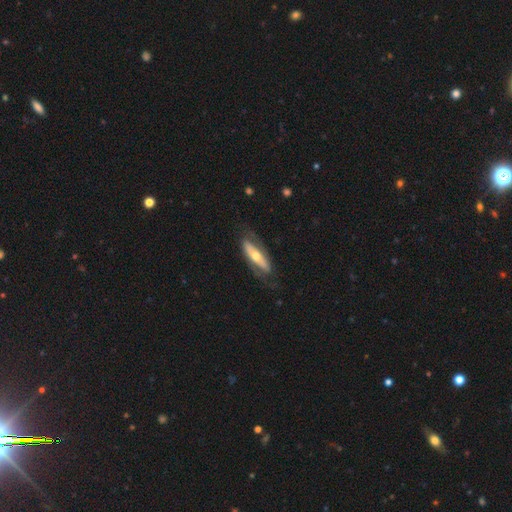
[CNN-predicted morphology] smooth-or-featured: featured or disk: 62% | smooth: 33% | star or artifact: 5%
  disk-edge-on: no: 61% | yes: 39%
  merging: none: 70% | minor disturbance: 19% | major disturbance: 10% | merger: 1%